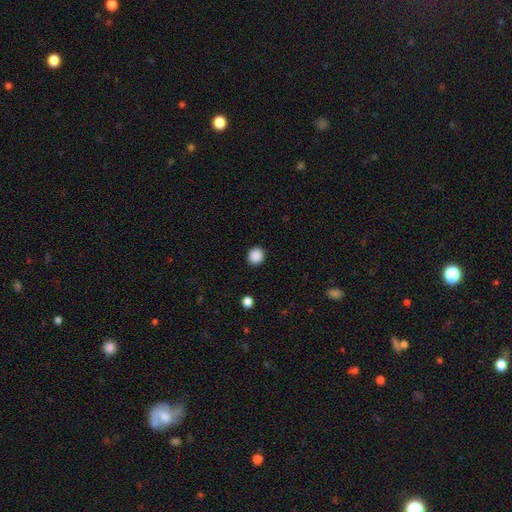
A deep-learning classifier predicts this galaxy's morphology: This is clearly a smooth galaxy (89%). How rounded: clearly round (88%). Merging: clearly none (92%).